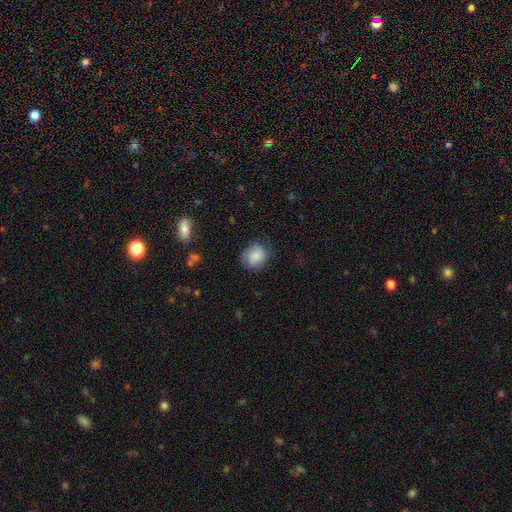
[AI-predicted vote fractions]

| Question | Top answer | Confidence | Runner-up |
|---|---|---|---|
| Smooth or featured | smooth | 78% | featured or disk (15%) |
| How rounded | round | 71% | in between (28%) |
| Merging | none | 72% | minor disturbance (20%) |